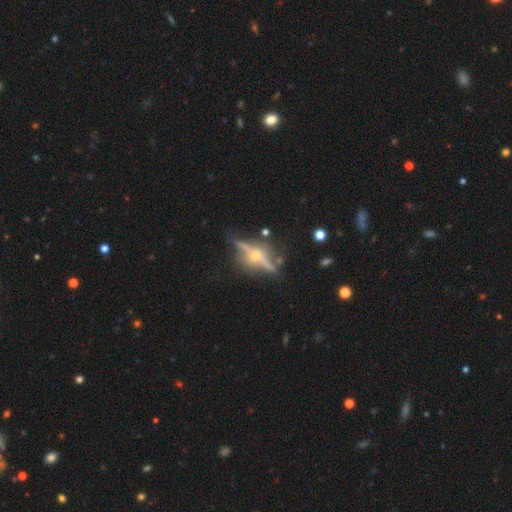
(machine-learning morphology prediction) This is clearly a featured or disk galaxy (81%). It is clearly viewed edge-on (89%). Edge-on bulge: clearly rounded (96%). Merging: likely none (75%).